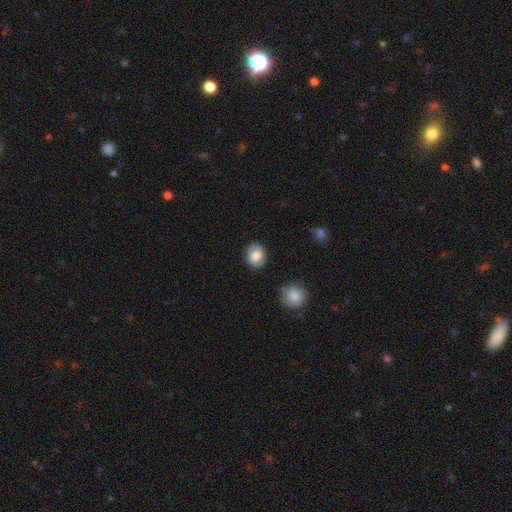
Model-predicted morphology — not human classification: type=smooth (64%); roundness=round (56%); merging=none (82%).